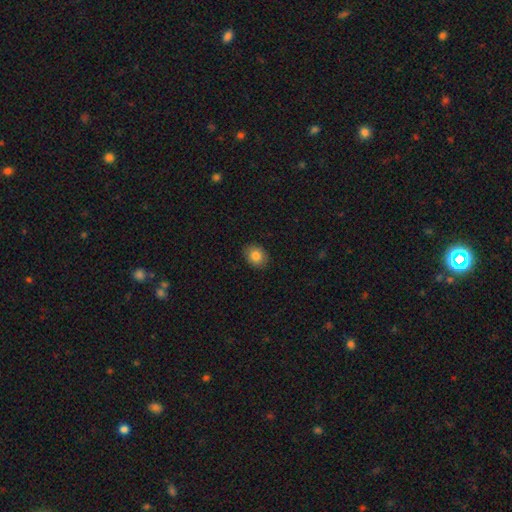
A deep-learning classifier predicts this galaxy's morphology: This appears to be a smooth galaxy with no disk features (83%) that is in between round and cigar-shaped (51%). Merging: none (88%).